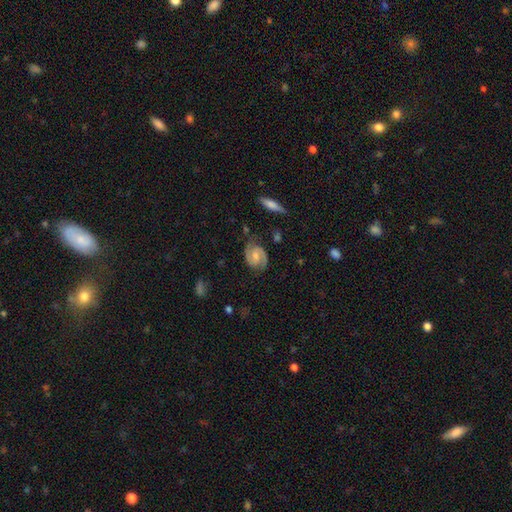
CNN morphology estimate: Smooth or featured? Predicted: featured or disk (p=0.86). Edge-on disk? Predicted: no (p=0.98). Bar? Predicted: no (p=0.44). Spiral arms? Predicted: yes (p=0.98). Spiral winding? Predicted: medium (p=0.50). Spiral arm count? Predicted: 2 (p=0.93). Bulge size? Predicted: moderate (p=0.49). Merging? Predicted: none (p=0.79).